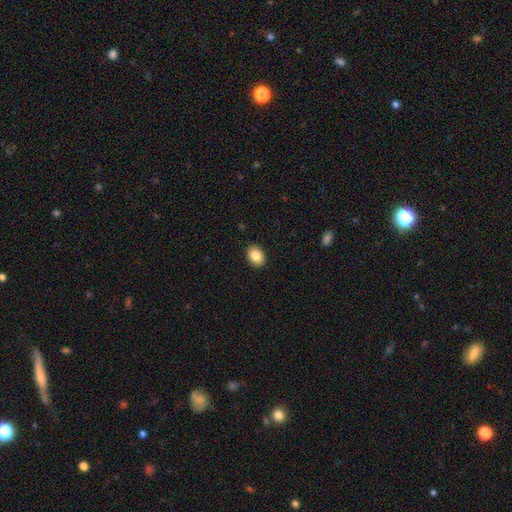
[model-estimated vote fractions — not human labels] This is clearly a smooth galaxy (85%). How rounded: likely in between (69%). Merging: clearly none (91%).